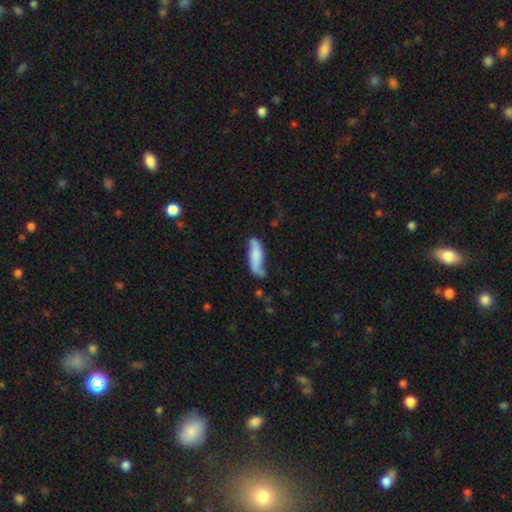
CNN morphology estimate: Q: Smooth or featured?
A: smooth (58%); runner-up: featured or disk (35%)
Q: How rounded?
A: cigar-shaped (49%); tied with: in between (49%)
Q: Merging?
A: none (55%); runner-up: minor disturbance (29%)